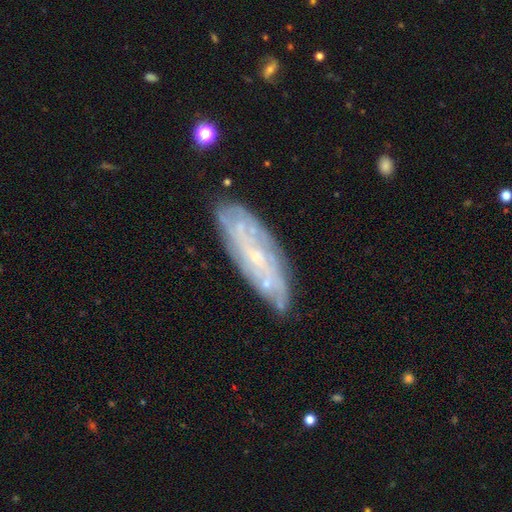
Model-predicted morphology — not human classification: The model was most divided on "spiral winding": tight: 65%, medium: 26%, loose: 8%. More confident: spiral arms — yes (87%); edge-on disk — no (80%); bulge size — small (80%); merging — none (79%); smooth or featured — featured or disk (76%); bar — no (67%); spiral arm count — can't tell (52%).